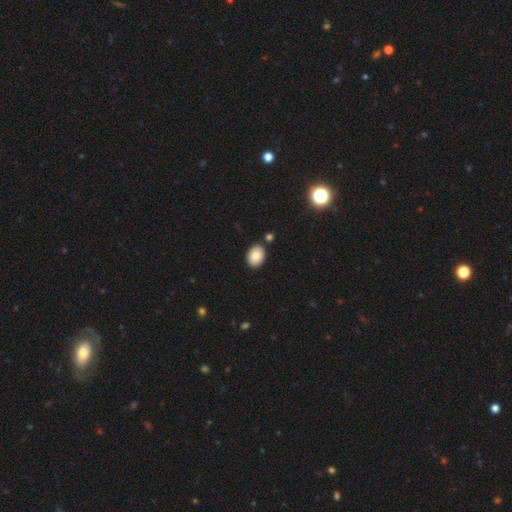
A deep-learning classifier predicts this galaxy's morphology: This is clearly a smooth galaxy (87%). How rounded: likely in between (74%). Merging: clearly none (85%).